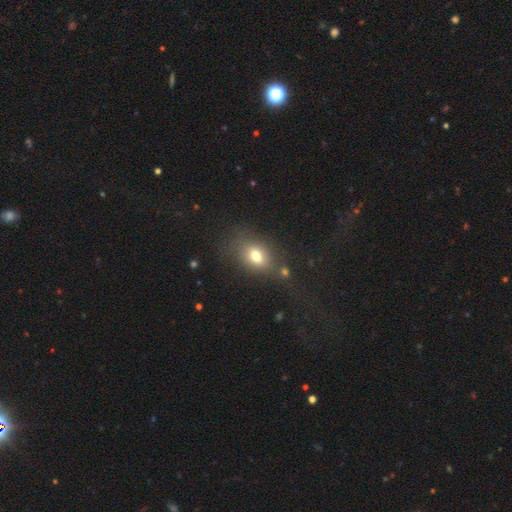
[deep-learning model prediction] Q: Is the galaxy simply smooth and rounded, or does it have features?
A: smooth — 73%.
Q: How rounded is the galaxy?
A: in between — 70%.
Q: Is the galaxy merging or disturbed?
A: none — 62%.